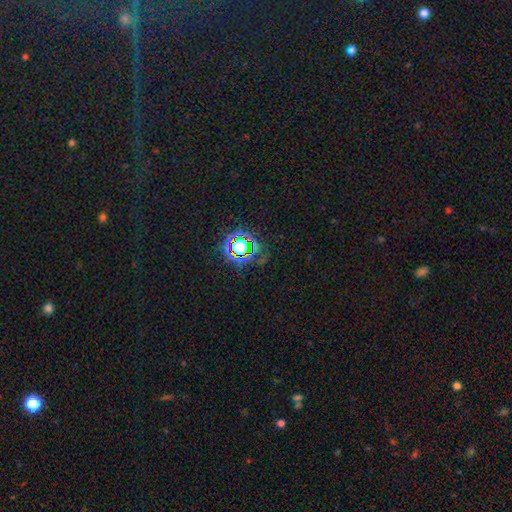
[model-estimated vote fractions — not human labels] A star or artifact, not a galaxy (78%).

Vote fractions:
- Smooth or featured? star or artifact: 78% / smooth: 14% / featured or disk: 8%